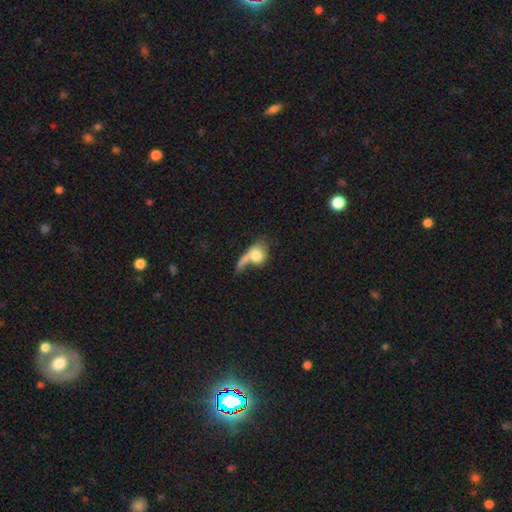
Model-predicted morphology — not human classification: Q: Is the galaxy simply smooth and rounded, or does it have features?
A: smooth — 69%.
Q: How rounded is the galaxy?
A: in between — 51%.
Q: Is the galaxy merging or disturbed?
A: merger — 42%.